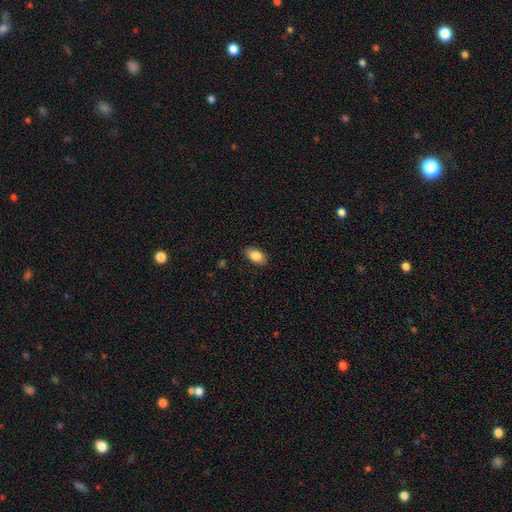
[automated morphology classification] This appears to be a smooth galaxy with no disk features (87%) that is in between round and cigar-shaped (92%). Merging: none (88%).